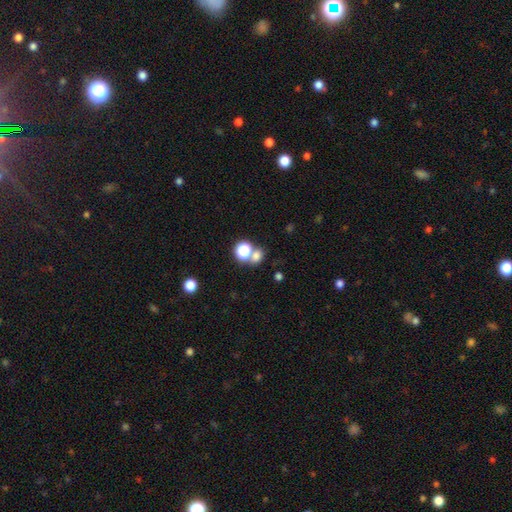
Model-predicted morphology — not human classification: Q: Smooth or featured?
A: smooth (69%); runner-up: star or artifact (23%)
Q: How rounded?
A: round (61%); runner-up: in between (38%)
Q: Merging?
A: none (52%); runner-up: merger (36%)